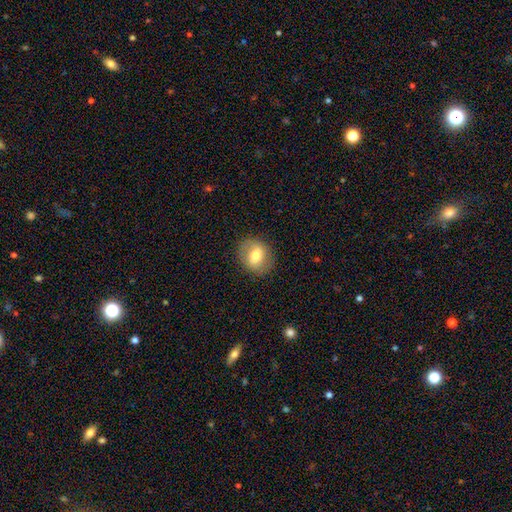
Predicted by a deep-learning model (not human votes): smooth_or_featured: smooth (p=0.64) [alt: featured or disk p=0.28]
how_rounded: round (p=0.61) [alt: in between p=0.37]
merging: none (p=0.84) [alt: minor disturbance p=0.11]